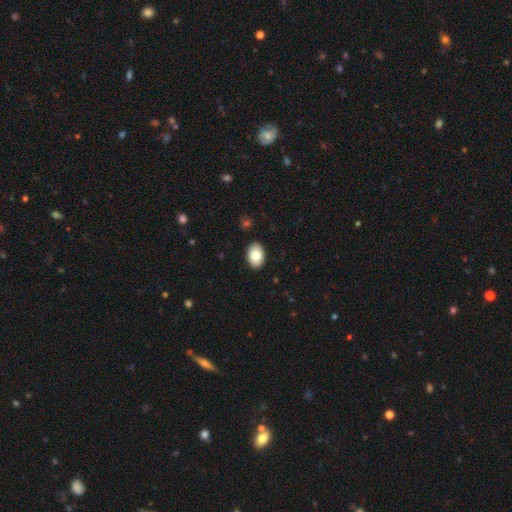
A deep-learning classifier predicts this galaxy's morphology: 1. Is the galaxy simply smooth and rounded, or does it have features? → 79% smooth, 14% featured or disk, 7% star or artifact.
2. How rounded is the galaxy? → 89% in between, 10% round, 1% cigar-shaped.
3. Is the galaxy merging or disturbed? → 90% none, 7% minor disturbance, 2% major disturbance, 1% merger.